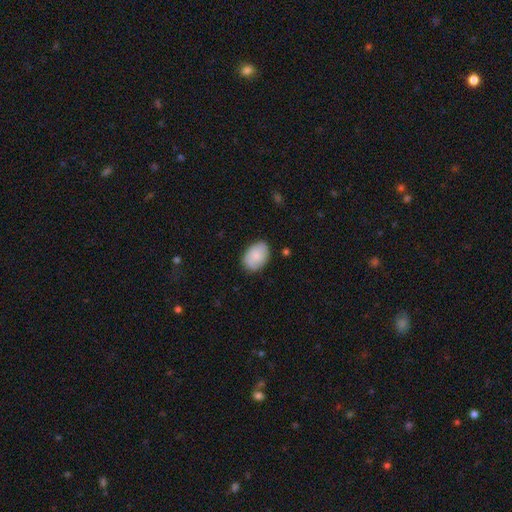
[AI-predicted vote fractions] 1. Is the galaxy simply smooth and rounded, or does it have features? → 78% smooth, 15% featured or disk, 6% star or artifact.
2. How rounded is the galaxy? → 83% in between, 16% round, 1% cigar-shaped.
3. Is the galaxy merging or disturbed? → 79% none, 17% minor disturbance, 3% major disturbance, 1% merger.